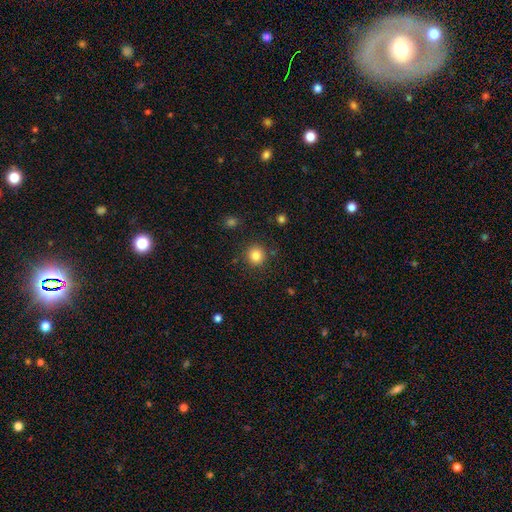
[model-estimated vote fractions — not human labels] Smooth or featured? smooth (84%)
How rounded? round (92%)
Merging? none (88%)